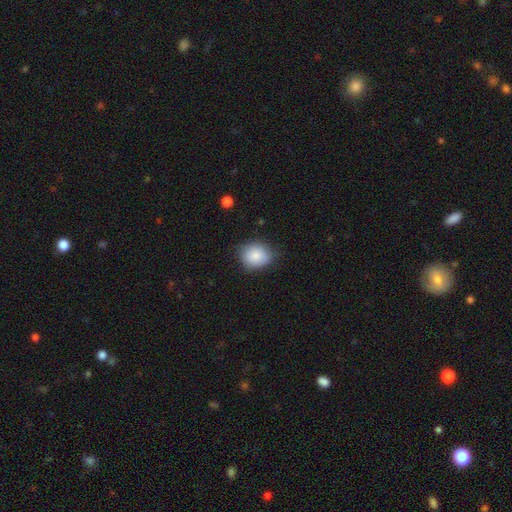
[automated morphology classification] Smooth or featured? smooth (85%)
How rounded? round (59%)
Merging? none (78%)